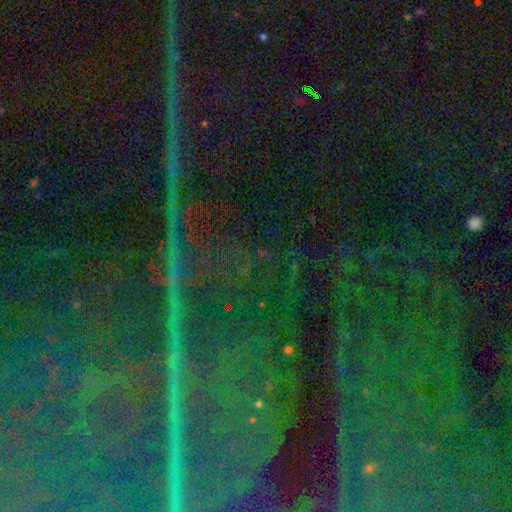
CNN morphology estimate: type=star or artifact (87%).